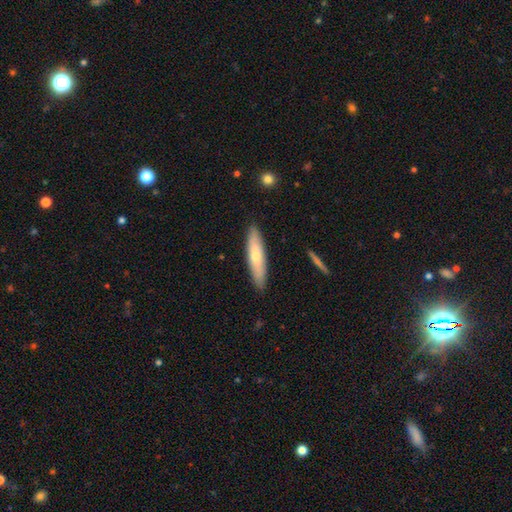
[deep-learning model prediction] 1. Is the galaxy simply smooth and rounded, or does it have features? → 59% smooth, 35% featured or disk, 6% star or artifact.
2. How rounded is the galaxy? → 79% cigar-shaped, 20% in between, 2% round.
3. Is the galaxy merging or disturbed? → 89% none, 8% minor disturbance, 2% major disturbance, 1% merger.